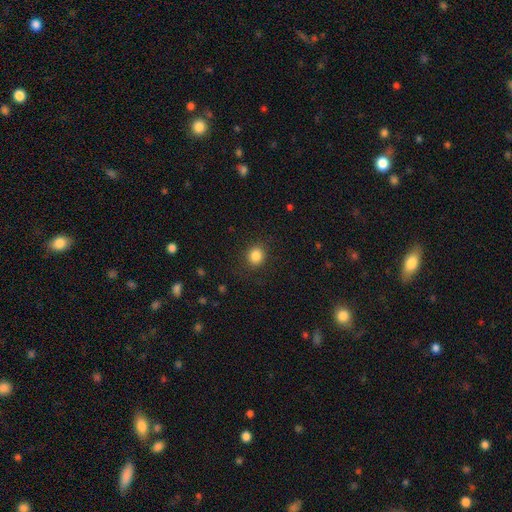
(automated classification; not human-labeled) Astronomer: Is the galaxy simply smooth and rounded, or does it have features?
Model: smooth — 85%.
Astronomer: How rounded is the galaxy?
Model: round — 81%.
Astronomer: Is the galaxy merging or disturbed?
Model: none — 87%.